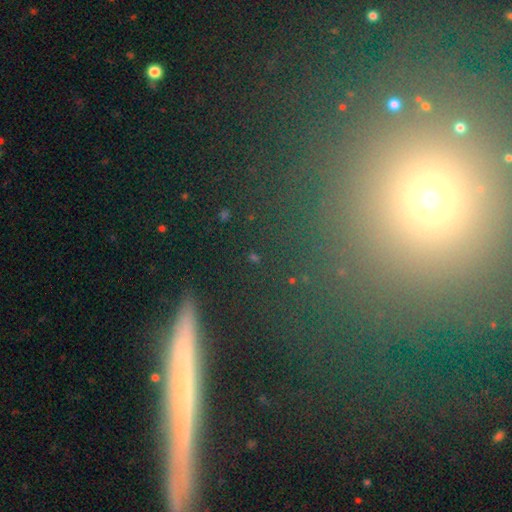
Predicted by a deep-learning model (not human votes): Q: Smooth or featured?
A: smooth (41%); runner-up: star or artifact (36%)
Q: Merging?
A: none (87%); runner-up: minor disturbance (7%)